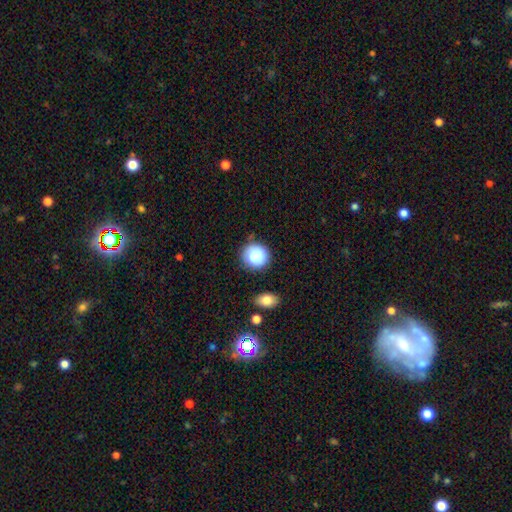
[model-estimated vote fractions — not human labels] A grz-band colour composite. It shows a smooth galaxy with no disk features (86%) that is round (86%). Merging: none (77%).